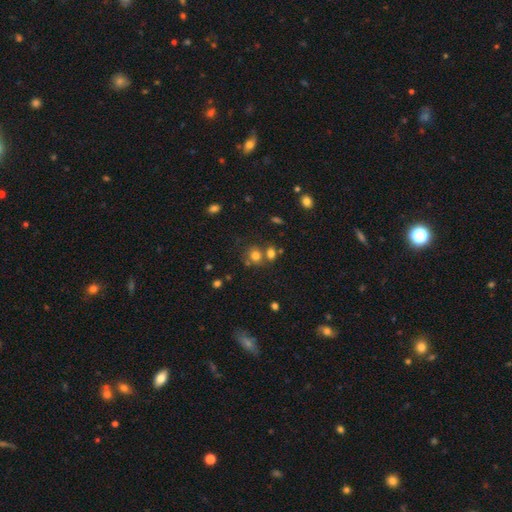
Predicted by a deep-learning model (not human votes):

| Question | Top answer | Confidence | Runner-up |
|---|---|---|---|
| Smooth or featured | smooth | 75% | star or artifact (15%) |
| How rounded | round | 76% | in between (23%) |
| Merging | none | 56% | merger (28%) |